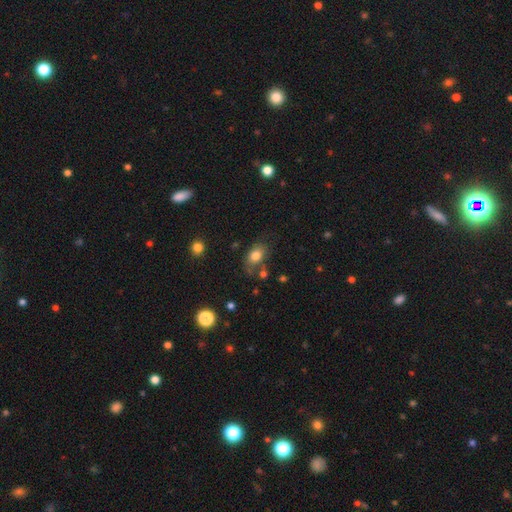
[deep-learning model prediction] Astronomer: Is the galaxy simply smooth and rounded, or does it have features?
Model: smooth — 78%.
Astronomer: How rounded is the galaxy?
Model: in between — 77%.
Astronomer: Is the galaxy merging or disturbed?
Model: none — 59%.